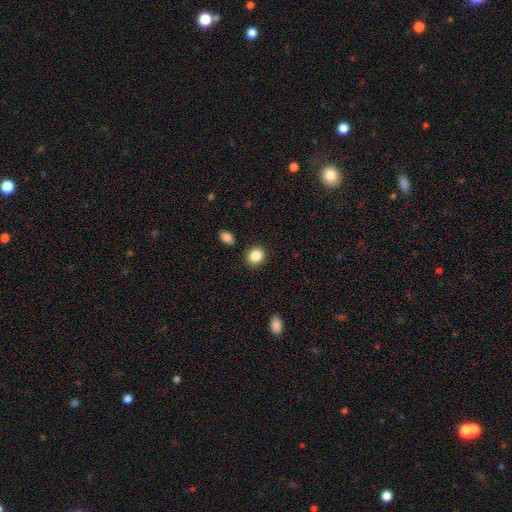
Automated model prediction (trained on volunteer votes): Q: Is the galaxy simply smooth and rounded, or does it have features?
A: smooth — 87%.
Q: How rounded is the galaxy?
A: round — 70%.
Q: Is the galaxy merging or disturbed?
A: none — 87%.